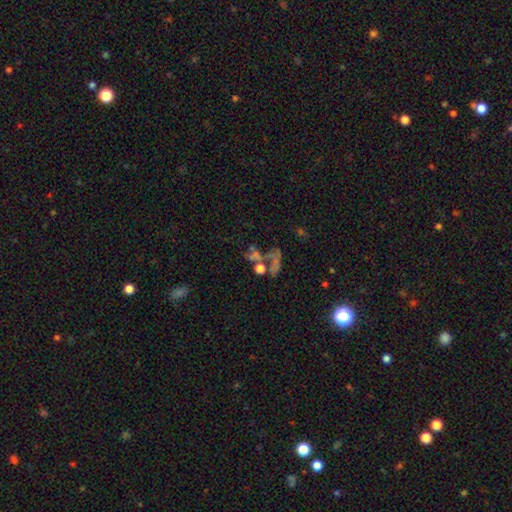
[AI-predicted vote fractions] smooth_or_featured: star or artifact (p=0.36) [alt: smooth p=0.34]